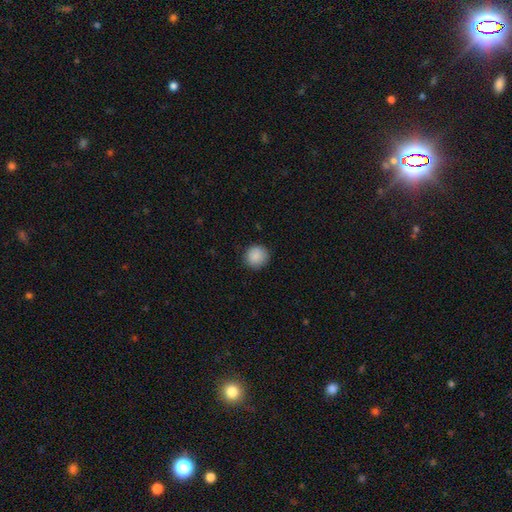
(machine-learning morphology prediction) smooth 89%, star or artifact 8%, featured or disk 3%. Down the decision tree: how rounded — round (93%); merging — none (90%).